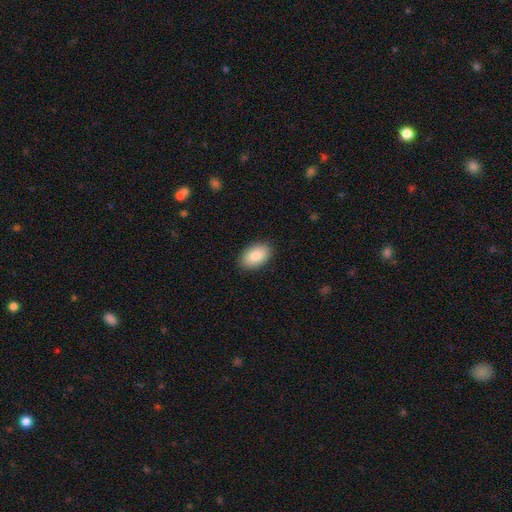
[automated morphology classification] Smooth or featured: smooth — 88% (star or artifact — 6%)
How rounded: in between — 93% (round — 6%)
Merging: none — 89% (minor disturbance — 8%)